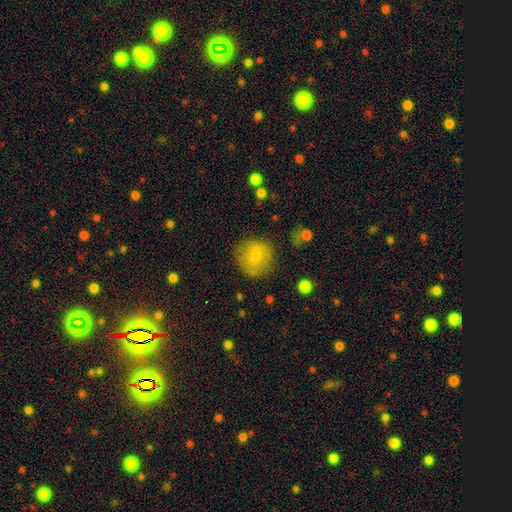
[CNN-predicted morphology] type=smooth (71%); roundness=round (91%); merging=none (79%).